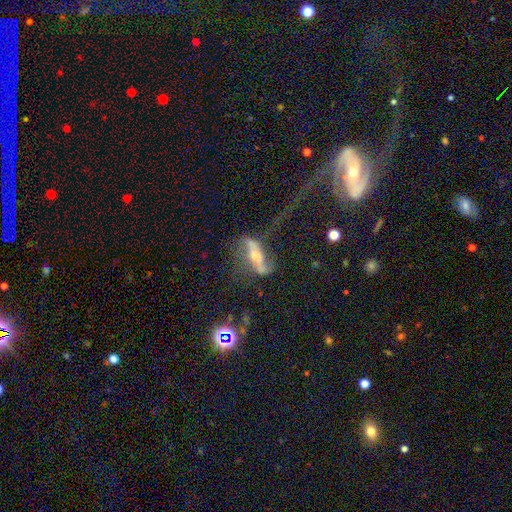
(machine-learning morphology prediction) The model was most divided on "merging": major disturbance: 38%, none: 37%, minor disturbance: 18%, merger: 7%. More confident: smooth or featured — featured or disk (71%); edge-on disk — no (69%).